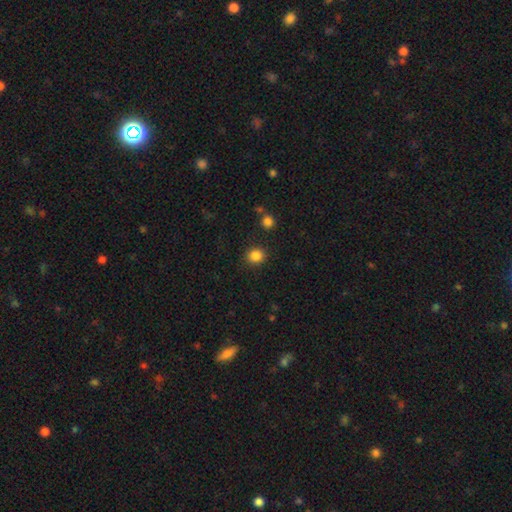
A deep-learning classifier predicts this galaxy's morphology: The model was most divided on "how rounded": round: 82%, in between: 17%, cigar-shaped: 1%. More confident: merging — none (89%); smooth or featured — smooth (85%).